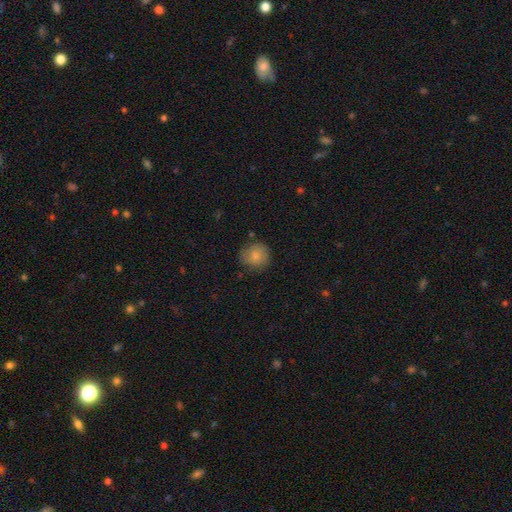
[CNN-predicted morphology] Smooth or featured? smooth (81%)
How rounded? round (89%)
Merging? none (79%)